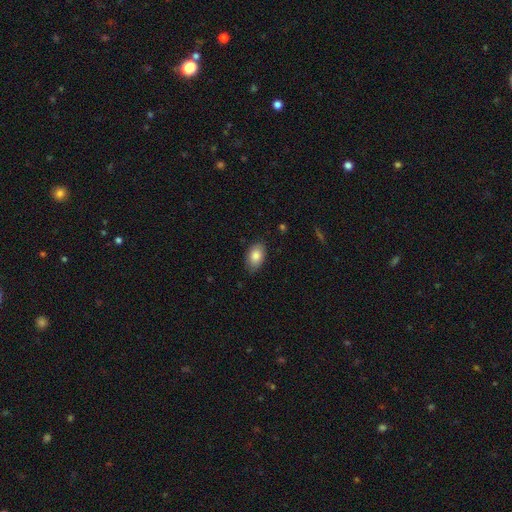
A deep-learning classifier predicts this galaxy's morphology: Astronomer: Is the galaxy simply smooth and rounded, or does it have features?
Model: smooth — 84%.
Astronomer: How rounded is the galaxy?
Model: in between — 91%.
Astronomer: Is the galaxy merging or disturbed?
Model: none — 81%.